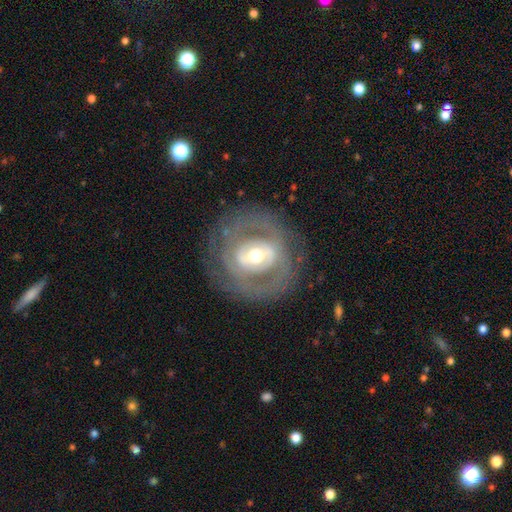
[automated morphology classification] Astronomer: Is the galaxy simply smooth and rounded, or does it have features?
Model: featured or disk — 75%.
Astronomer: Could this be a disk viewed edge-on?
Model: no — 95%.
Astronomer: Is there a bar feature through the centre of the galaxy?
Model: weak — 37% (runner-up: no, 32%).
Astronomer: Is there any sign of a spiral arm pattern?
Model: yes — 58% (runner-up: no, 42%).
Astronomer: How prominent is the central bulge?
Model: moderate — 65%.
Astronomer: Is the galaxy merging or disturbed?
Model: none — 76%.